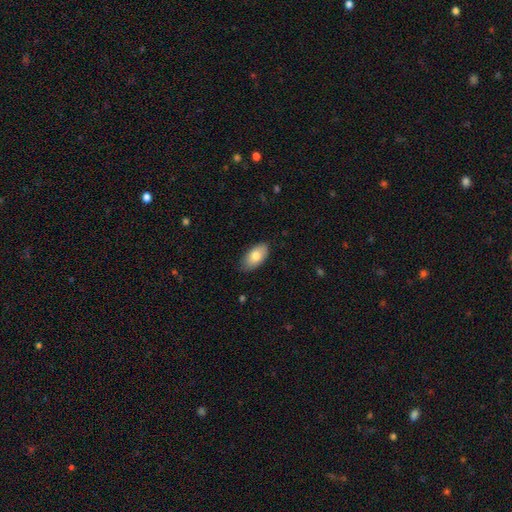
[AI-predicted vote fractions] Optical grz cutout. It shows a smooth galaxy with no disk features (78%) that is in between round and cigar-shaped (94%). Merging: none (80%).